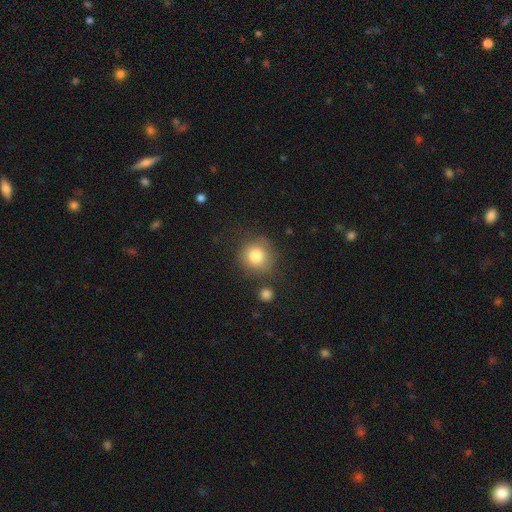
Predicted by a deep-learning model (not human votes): smooth_or_featured: smooth (p=0.81) [alt: star or artifact p=0.10]
how_rounded: round (p=0.90) [alt: in between p=0.09]
merging: none (p=0.77) [alt: minor disturbance p=0.13]